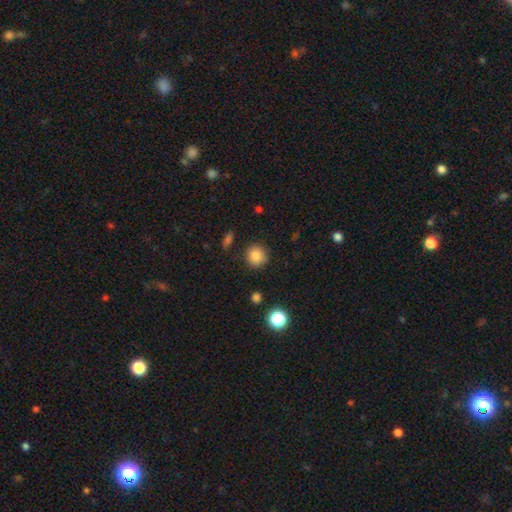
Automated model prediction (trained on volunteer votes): Smooth or featured? Predicted: smooth (p=0.84). How rounded? Predicted: round (p=0.91). Merging? Predicted: none (p=0.87).